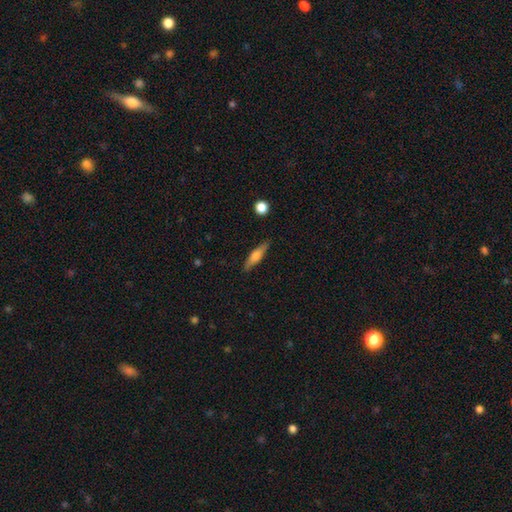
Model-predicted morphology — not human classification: smooth-or-featured: smooth: 52% | featured or disk: 41% | star or artifact: 6%
  how-rounded: cigar-shaped: 75% | in between: 23% | round: 3%
  merging: none: 86% | minor disturbance: 10% | major disturbance: 2% | merger: 2%